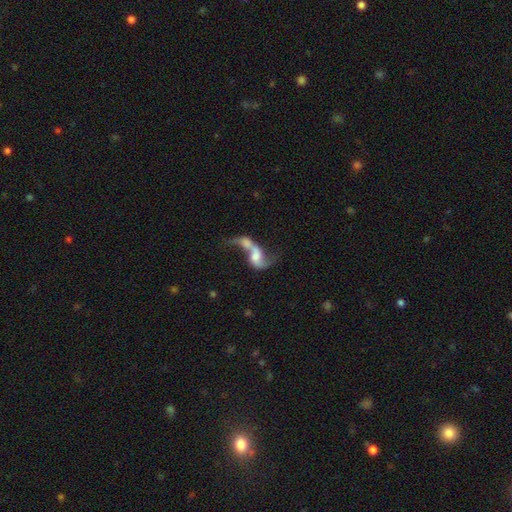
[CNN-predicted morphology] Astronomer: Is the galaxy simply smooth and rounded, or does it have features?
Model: featured or disk — 67%.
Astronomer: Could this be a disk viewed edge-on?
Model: no — 96%.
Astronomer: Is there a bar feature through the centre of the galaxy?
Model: no — 55% (runner-up: weak, 33%).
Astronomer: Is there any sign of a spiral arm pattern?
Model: yes — 75%.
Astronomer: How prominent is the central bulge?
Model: moderate — 32% (runner-up: none, 25%).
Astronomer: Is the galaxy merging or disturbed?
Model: merger — 68%.